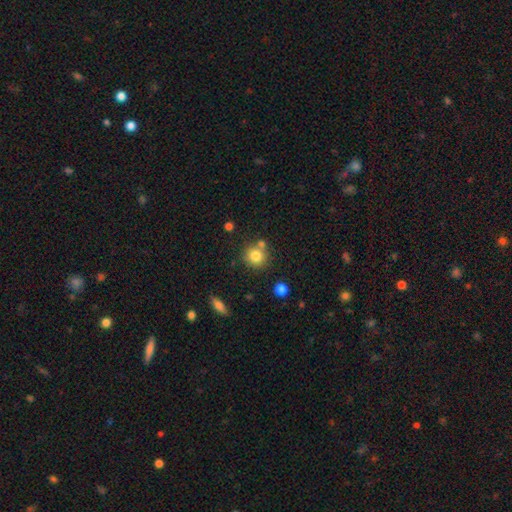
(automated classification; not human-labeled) The model was most divided on "merging": none: 71%, merger: 16%, minor disturbance: 10%, major disturbance: 3%. More confident: how rounded — round (90%); smooth or featured — smooth (80%).